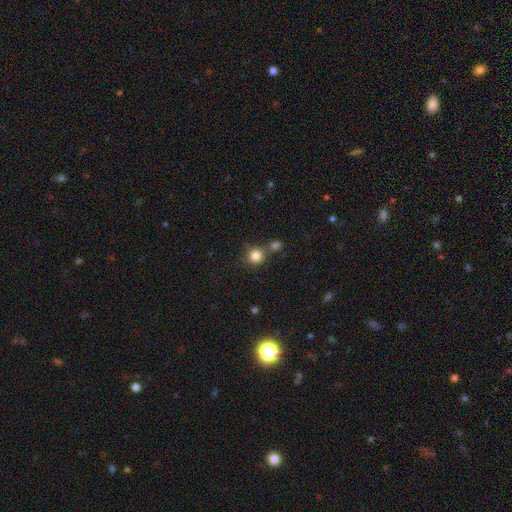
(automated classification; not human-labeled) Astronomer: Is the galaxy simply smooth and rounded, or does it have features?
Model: smooth — 83%.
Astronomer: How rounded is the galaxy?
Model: round — 91%.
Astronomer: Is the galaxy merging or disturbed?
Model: none — 64%.